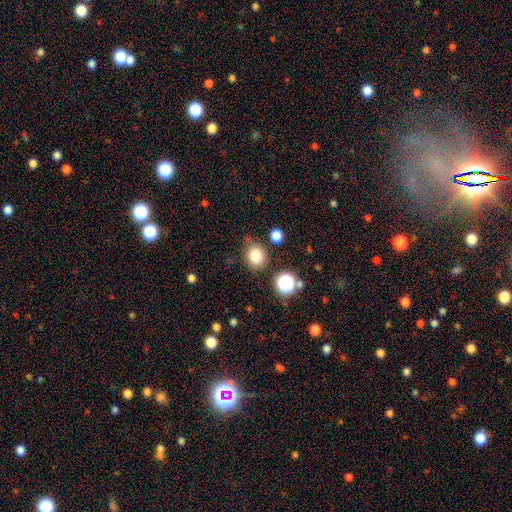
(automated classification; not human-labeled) Overall: smooth (82%). How rounded: round (57%; in between 42%). Merging: none (73%).